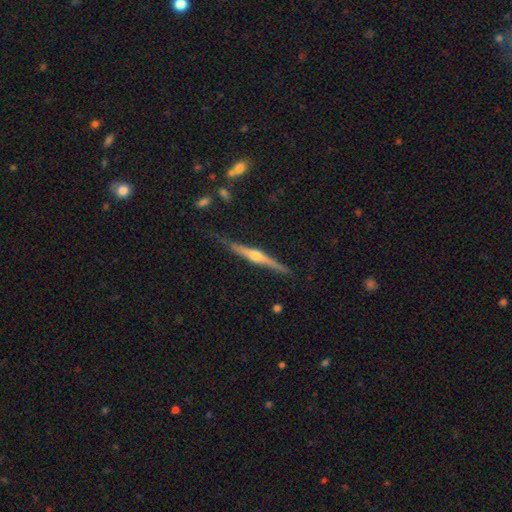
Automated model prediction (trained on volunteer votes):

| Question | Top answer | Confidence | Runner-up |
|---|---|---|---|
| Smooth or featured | featured or disk | 79% | smooth (16%) |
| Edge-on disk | yes | 98% | no (2%) |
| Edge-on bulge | rounded | 91% | none (5%) |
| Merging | none | 81% | minor disturbance (14%) |